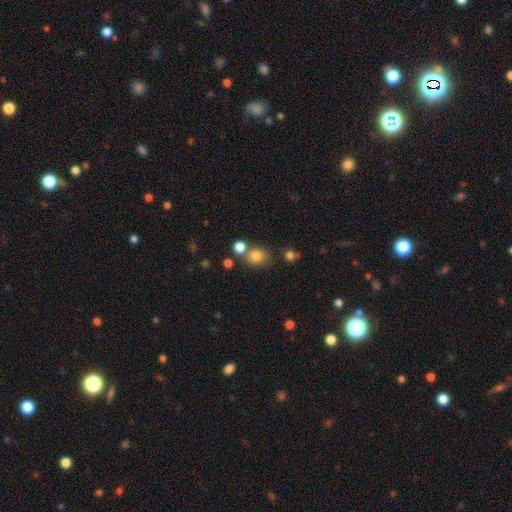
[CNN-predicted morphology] type=smooth (79%); roundness=round (74%); merging=none (65%).